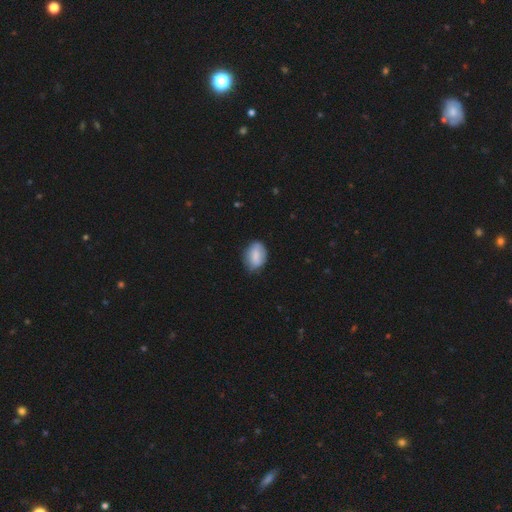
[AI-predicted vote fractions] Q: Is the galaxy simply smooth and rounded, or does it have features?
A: smooth — 78%.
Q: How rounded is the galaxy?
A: in between — 82%.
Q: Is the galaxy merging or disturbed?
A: none — 71%.